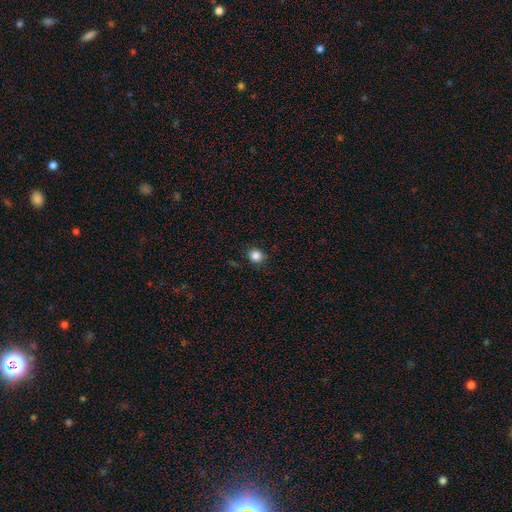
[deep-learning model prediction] Smooth or featured?
  - smooth: 85% *
  - star or artifact: 11%
  - featured or disk: 4%
How rounded?
  - round: 81% *
  - in between: 18%
  - cigar-shaped: 1%
Merging?
  - none: 89% *
  - minor disturbance: 8%
  - major disturbance: 2%
  - merger: 1%